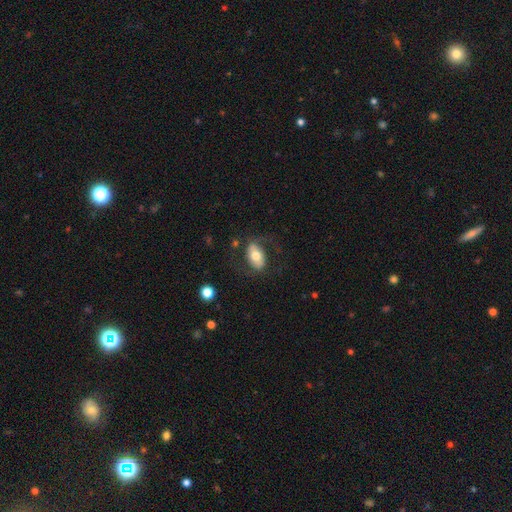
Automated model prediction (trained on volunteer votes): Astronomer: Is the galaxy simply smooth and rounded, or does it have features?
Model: smooth — 51% (runner-up: featured or disk, 42%).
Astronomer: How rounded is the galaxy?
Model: in between — 90%.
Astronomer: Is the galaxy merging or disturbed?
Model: none — 65%.